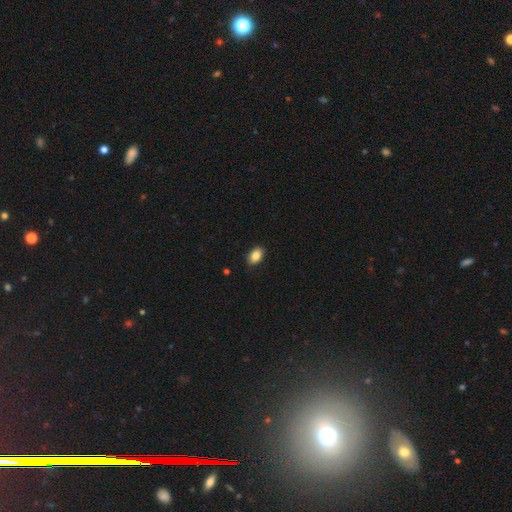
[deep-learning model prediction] smooth 86%, star or artifact 8%, featured or disk 6%. Down the decision tree: how rounded — in between (88%); merging — none (88%).